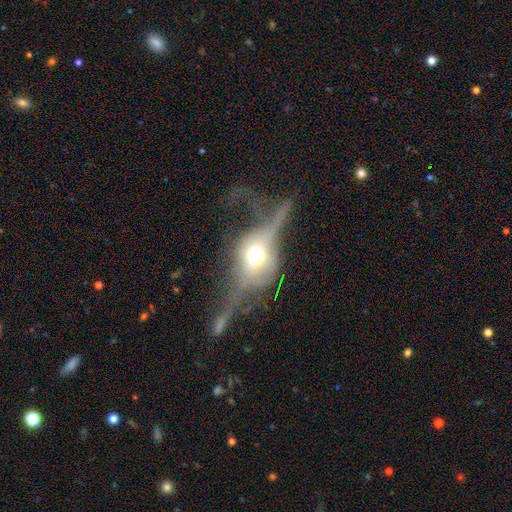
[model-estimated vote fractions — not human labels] smooth_or_featured: featured or disk (p=0.71) [alt: smooth p=0.19]
disk_edge_on: yes (p=0.72) [alt: no p=0.28]
edge_on_bulge: rounded (p=0.94) [alt: boxy p=0.04]
merging: none (p=0.42) [alt: major disturbance p=0.34]